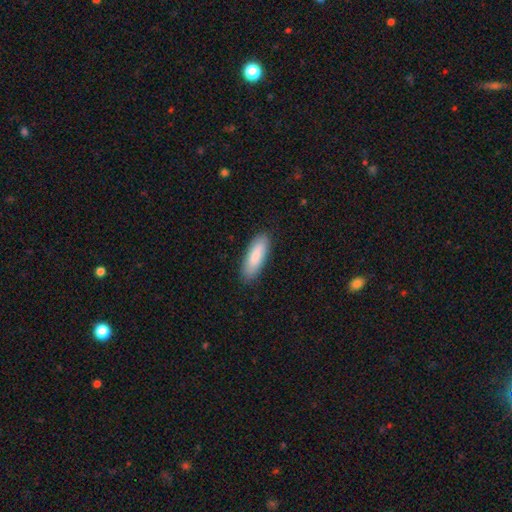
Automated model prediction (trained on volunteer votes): smooth_or_featured: smooth (p=0.86) [alt: featured or disk p=0.09]
how_rounded: in between (p=0.62) [alt: cigar-shaped p=0.37]
merging: none (p=0.87) [alt: minor disturbance p=0.10]